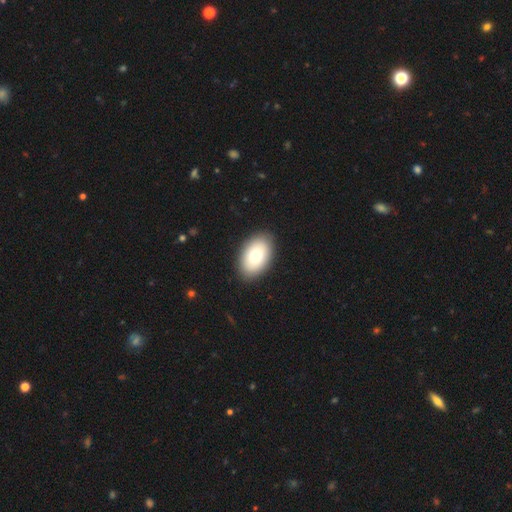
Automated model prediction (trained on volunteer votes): This appears to be a smooth galaxy with no disk features (79%) that is in between round and cigar-shaped (91%). Merging: none (89%).